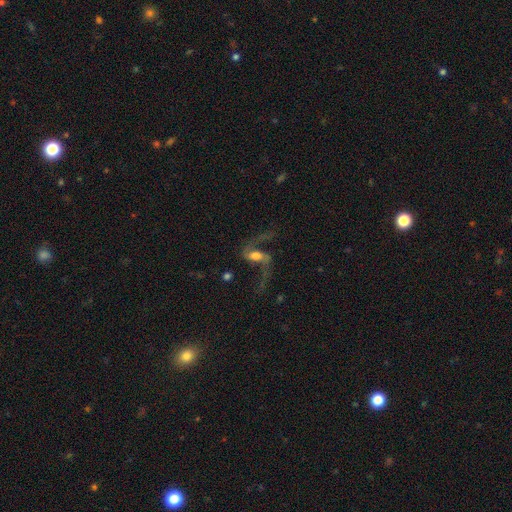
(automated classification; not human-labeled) Q: Smooth or featured?
A: featured or disk (81%); runner-up: smooth (12%)
Q: Edge-on disk?
A: no (94%); runner-up: yes (6%)
Q: Bar?
A: weak (44%); runner-up: no (31%)
Q: Spiral arms?
A: yes (93%); runner-up: no (7%)
Q: Spiral winding?
A: loose (83%); runner-up: medium (14%)
Q: Spiral arm count?
A: 2 (91%); runner-up: 1 (4%)
Q: Bulge size?
A: moderate (47%); runner-up: large (29%)
Q: Merging?
A: none (54%); runner-up: major disturbance (28%)